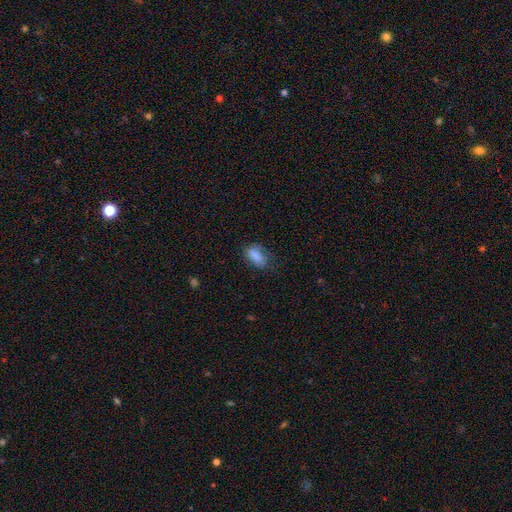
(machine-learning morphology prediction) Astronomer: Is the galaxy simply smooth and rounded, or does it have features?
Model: smooth — 83%.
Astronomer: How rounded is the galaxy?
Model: in between — 89%.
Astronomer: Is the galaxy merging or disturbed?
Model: none — 61%.